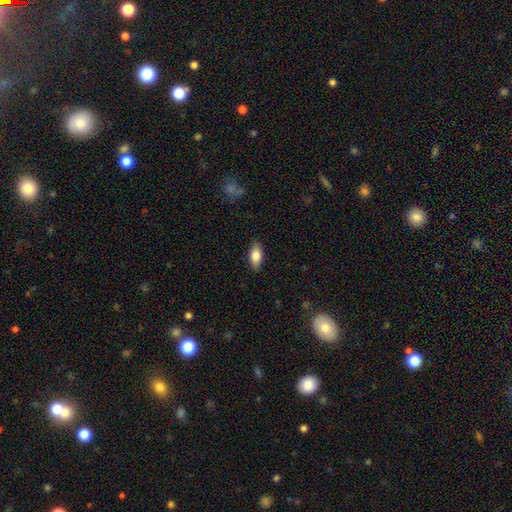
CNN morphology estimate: Q: Smooth or featured?
A: smooth (81%); runner-up: featured or disk (12%)
Q: How rounded?
A: in between (87%); runner-up: cigar-shaped (10%)
Q: Merging?
A: none (85%); runner-up: minor disturbance (11%)